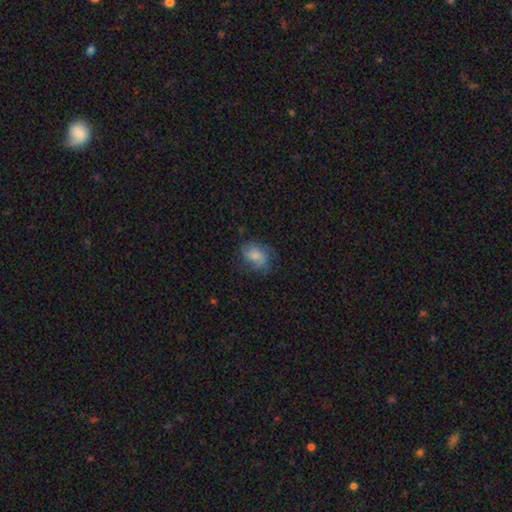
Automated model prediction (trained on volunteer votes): Smooth or featured? featured or disk (50%)
Merging? none (60%)